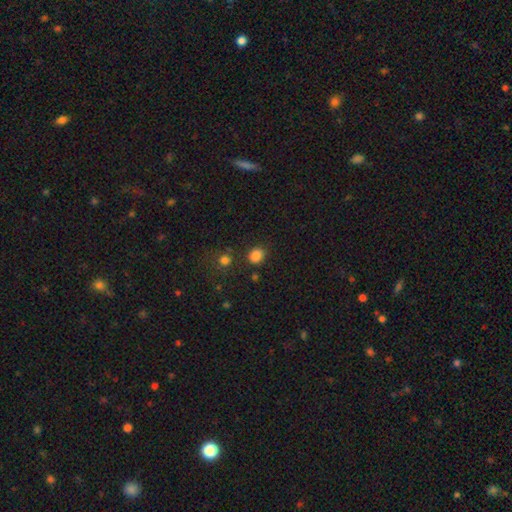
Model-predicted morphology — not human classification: Smooth or featured? Predicted: smooth (p=0.84). How rounded? Predicted: round (p=0.61). Merging? Predicted: none (p=0.79).